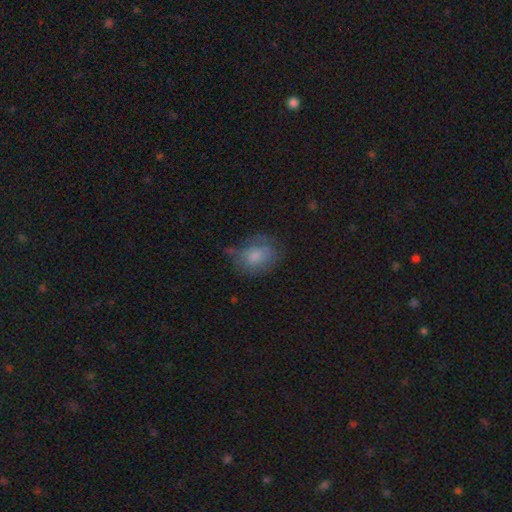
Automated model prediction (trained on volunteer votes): This appears to be a smooth galaxy with no disk features (68%) that is in between round and cigar-shaped (53%). Merging: none (56%).